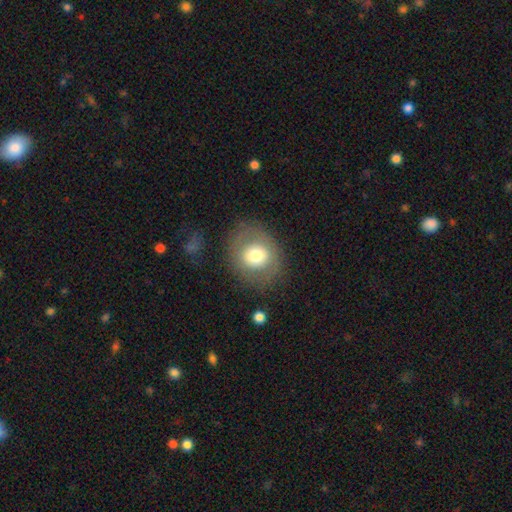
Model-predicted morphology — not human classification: This is likely a smooth galaxy (64%). How rounded: likely round (70%). Merging: likely none (78%).